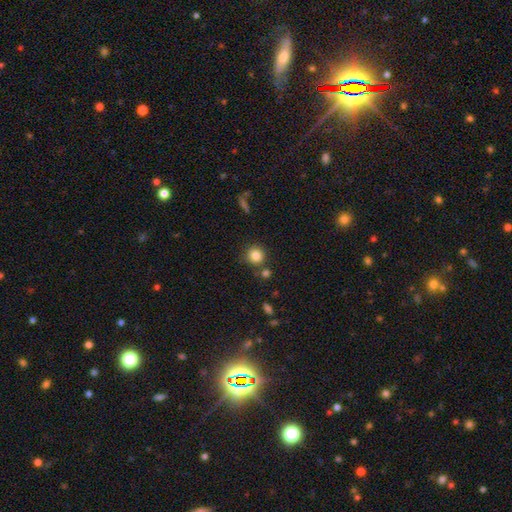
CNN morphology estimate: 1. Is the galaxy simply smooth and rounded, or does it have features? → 84% smooth, 10% star or artifact, 6% featured or disk.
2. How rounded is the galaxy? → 90% round, 9% in between, 1% cigar-shaped.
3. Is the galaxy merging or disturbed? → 77% none, 10% merger, 10% minor disturbance, 3% major disturbance.